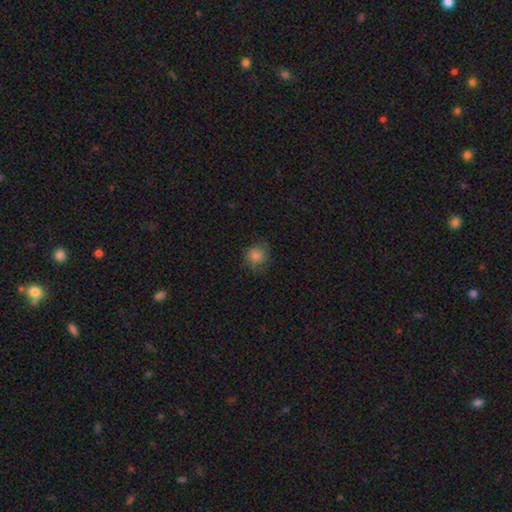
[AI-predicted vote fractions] The model was most divided on "merging": none: 75%, minor disturbance: 18%, major disturbance: 6%, merger: 1%. More confident: how rounded — round (87%); smooth or featured — smooth (81%).